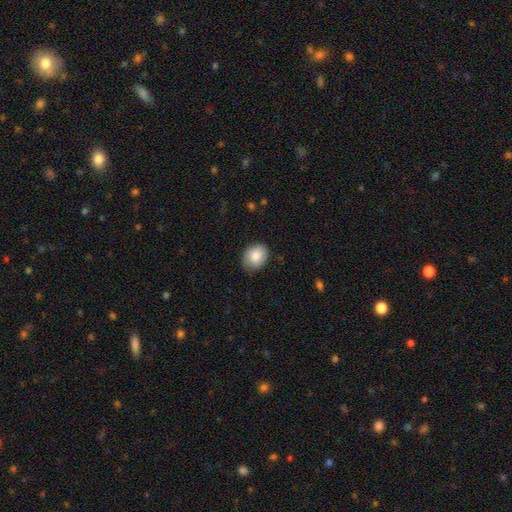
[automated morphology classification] smooth-or-featured: smooth: 85% | featured or disk: 8% | star or artifact: 7%
  how-rounded: in between: 56% | round: 43% | cigar-shaped: 1%
  merging: none: 81% | minor disturbance: 16% | major disturbance: 3% | merger: 1%